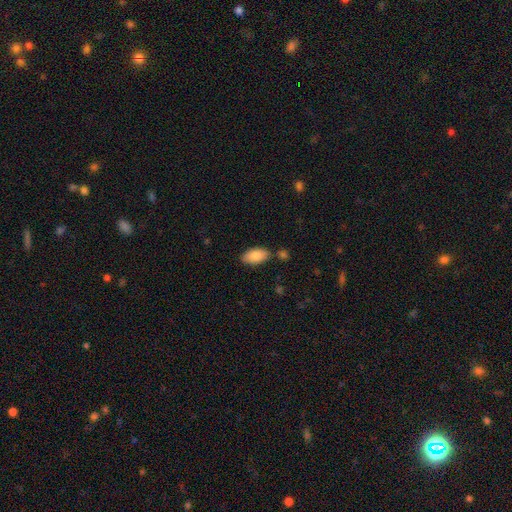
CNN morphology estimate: This appears to be a smooth galaxy with no disk features (86%) that is in between round and cigar-shaped (93%). Merging: none (78%).